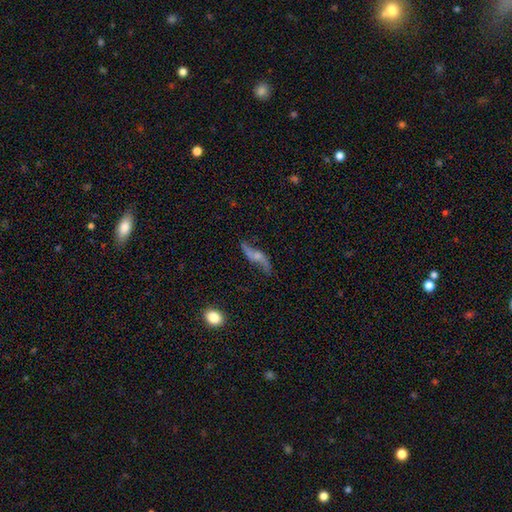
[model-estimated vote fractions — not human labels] Morphology: type=featured or disk (76%); edge-on=no (82%); bar=no (60%); spiral arms=yes (91%); winding=loose (92%); arm count=2 (92%); bulge=small (43%); merging=none (65%).